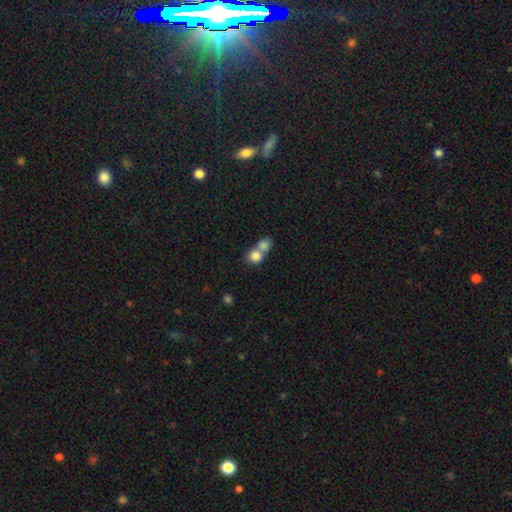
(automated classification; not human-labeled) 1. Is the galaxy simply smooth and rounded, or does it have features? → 81% smooth, 10% featured or disk, 9% star or artifact.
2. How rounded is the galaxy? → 73% round, 26% in between, 1% cigar-shaped.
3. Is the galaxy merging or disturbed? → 64% merger, 28% none, 5% minor disturbance, 3% major disturbance.